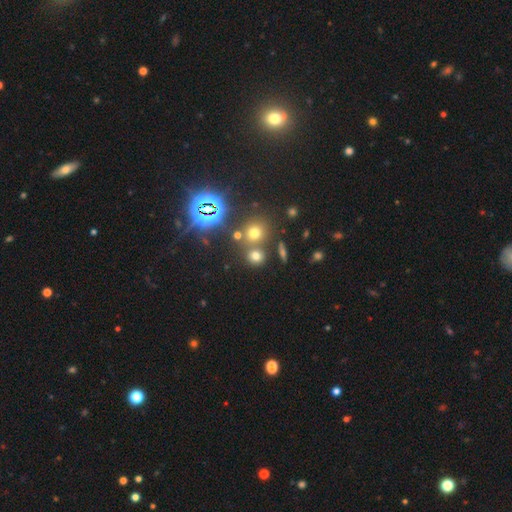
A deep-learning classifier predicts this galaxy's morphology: Q: Smooth or featured?
A: smooth (62%); runner-up: star or artifact (29%)
Q: How rounded?
A: round (81%); runner-up: in between (17%)
Q: Merging?
A: none (69%); runner-up: merger (19%)